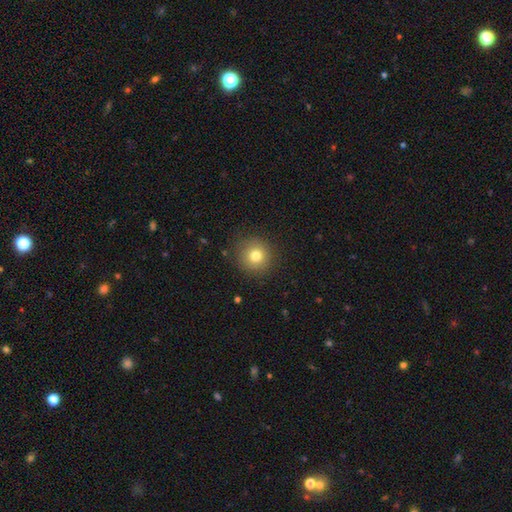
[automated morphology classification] smooth_or_featured: smooth (p=0.78) [alt: star or artifact p=0.12]
how_rounded: round (p=0.94) [alt: in between p=0.05]
merging: none (p=0.89) [alt: minor disturbance p=0.08]